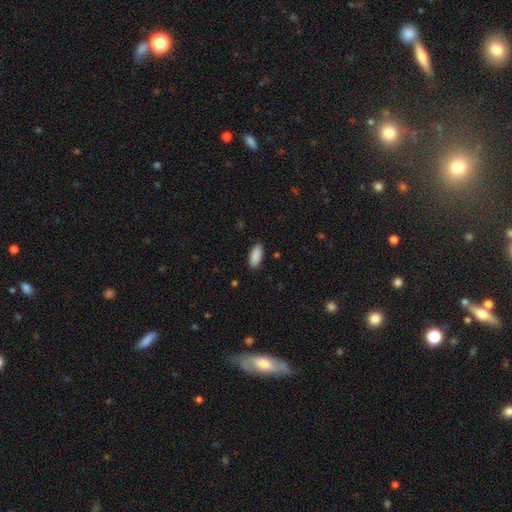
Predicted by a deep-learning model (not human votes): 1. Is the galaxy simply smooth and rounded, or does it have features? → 91% smooth, 6% star or artifact, 3% featured or disk.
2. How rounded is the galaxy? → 87% in between, 11% cigar-shaped, 2% round.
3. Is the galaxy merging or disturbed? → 88% none, 8% minor disturbance, 2% major disturbance, 1% merger.